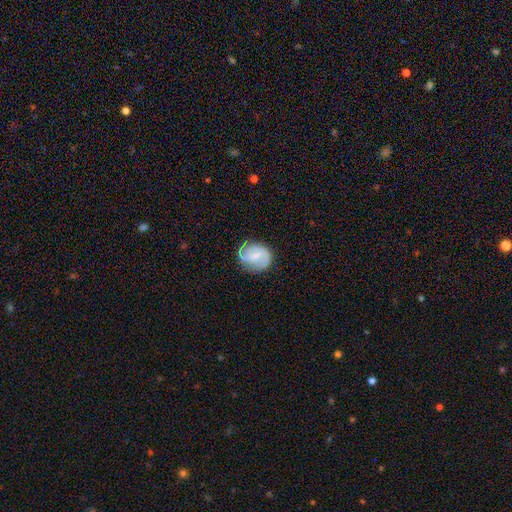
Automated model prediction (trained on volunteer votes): Q: Smooth or featured?
A: featured or disk (71%); runner-up: smooth (22%)
Q: Edge-on disk?
A: no (98%); runner-up: yes (2%)
Q: Bar?
A: weak (55%); runner-up: no (30%)
Q: Spiral arms?
A: yes (93%); runner-up: no (7%)
Q: Spiral winding?
A: medium (43%); runner-up: tight (42%)
Q: Spiral arm count?
A: 2 (60%); runner-up: can't tell (16%)
Q: Bulge size?
A: small (55%); runner-up: moderate (27%)
Q: Merging?
A: none (69%); runner-up: minor disturbance (21%)